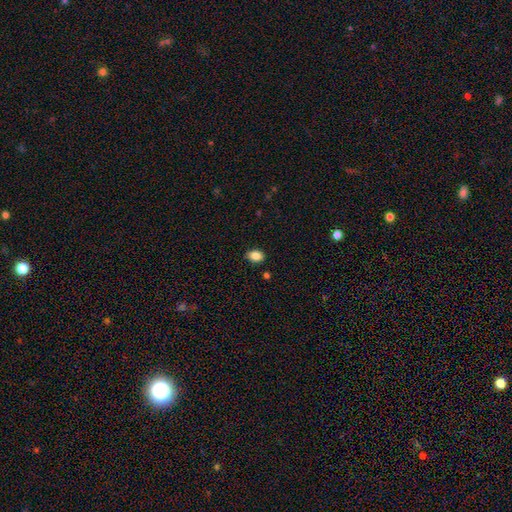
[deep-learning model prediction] smooth_or_featured: smooth (p=0.86) [alt: star or artifact p=0.09]
how_rounded: in between (p=0.77) [alt: round p=0.21]
merging: none (p=0.87) [alt: minor disturbance p=0.09]